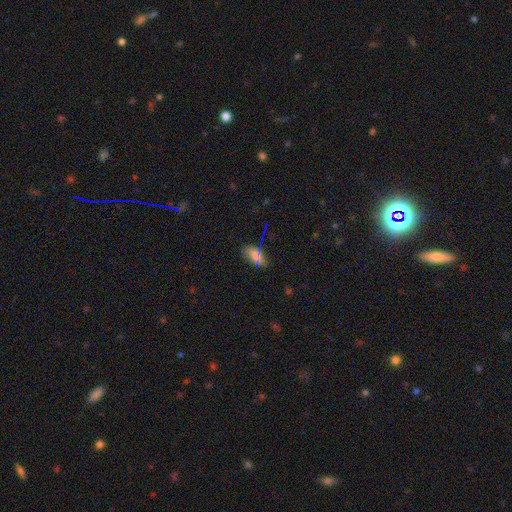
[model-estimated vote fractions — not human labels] Overall: smooth (65%; star or artifact 26%). How rounded: in between (88%). Merging: none (76%).